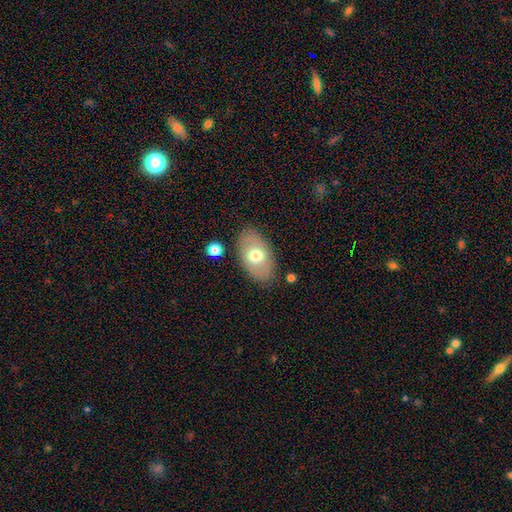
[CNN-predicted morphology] Smooth or featured: smooth — 63% (featured or disk — 30%)
How rounded: in between — 91% (round — 7%)
Merging: none — 80% (minor disturbance — 13%)